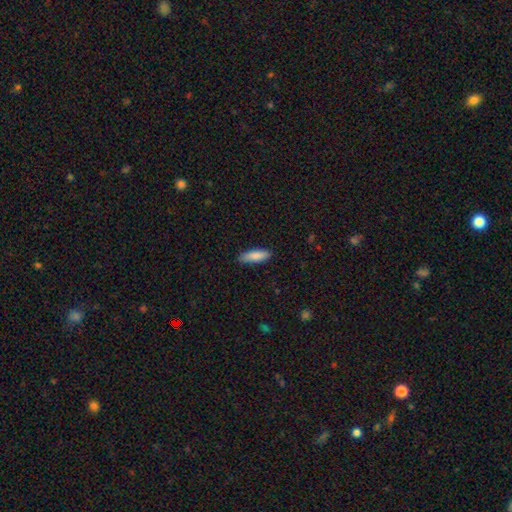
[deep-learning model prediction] smooth 87%, featured or disk 8%, star or artifact 6%. Down the decision tree: how rounded — in between (50%); merging — none (86%).